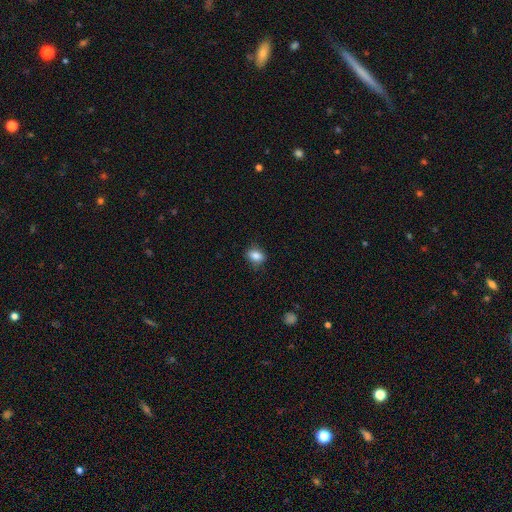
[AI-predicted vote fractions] This is clearly a smooth galaxy (85%). How rounded: likely in between (78%). Merging: clearly none (81%).